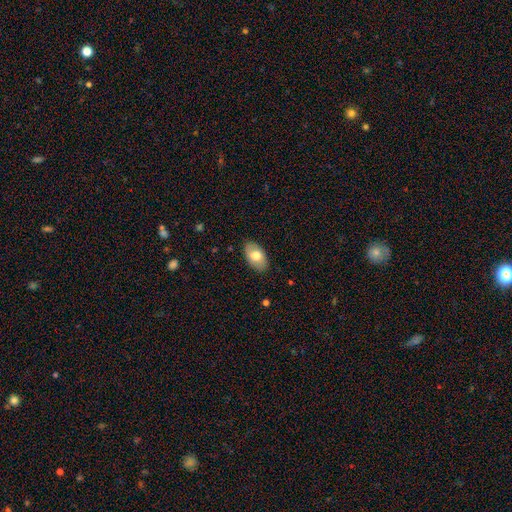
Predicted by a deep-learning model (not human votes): Morphology: type=smooth (70%); roundness=in between (93%); merging=none (85%).